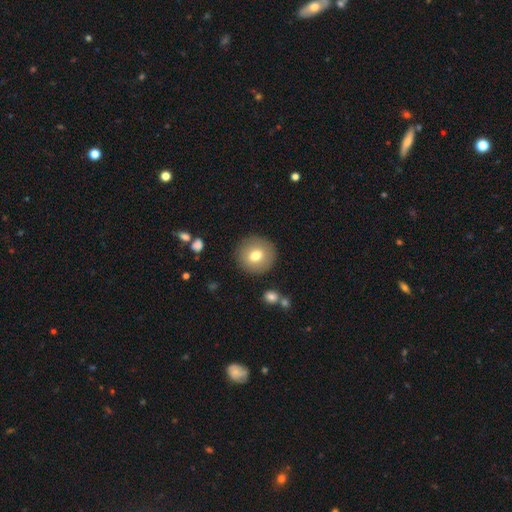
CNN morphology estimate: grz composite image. It shows a smooth galaxy with no disk features (74%) that is round (92%). Merging: none (88%).